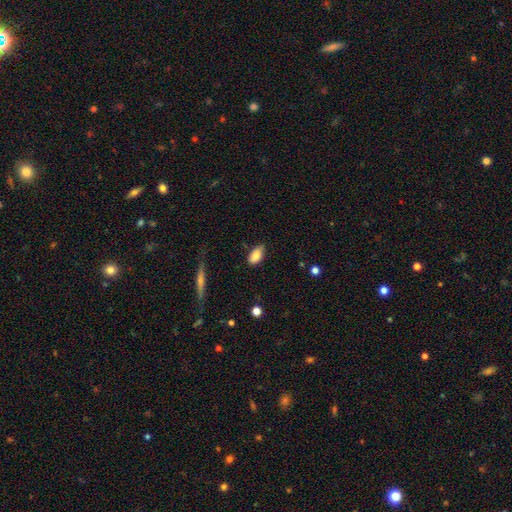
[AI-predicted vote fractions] Morphology: type=smooth (85%); roundness=in between (92%); merging=none (76%).